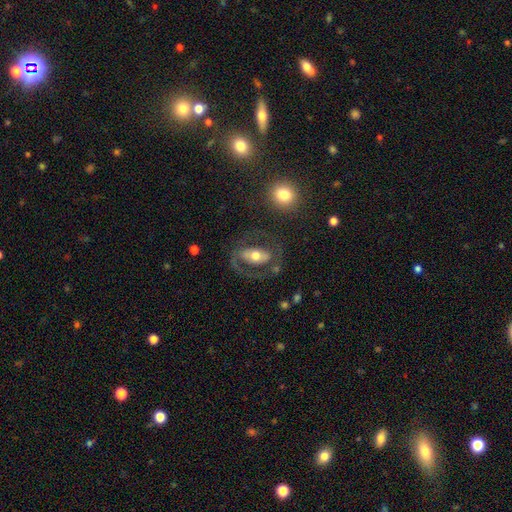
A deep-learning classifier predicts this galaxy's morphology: A featured or disk galaxy (64%) with no bar (41%), spiral arms (58%) and a moderate central bulge (66%). Merging: none (64%).